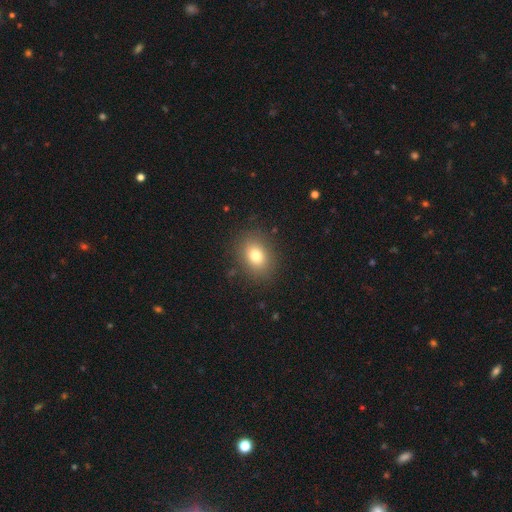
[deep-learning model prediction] The model was most divided on "how rounded": in between: 57%, round: 42%, cigar-shaped: 1%. More confident: merging — none (86%); smooth or featured — smooth (77%).